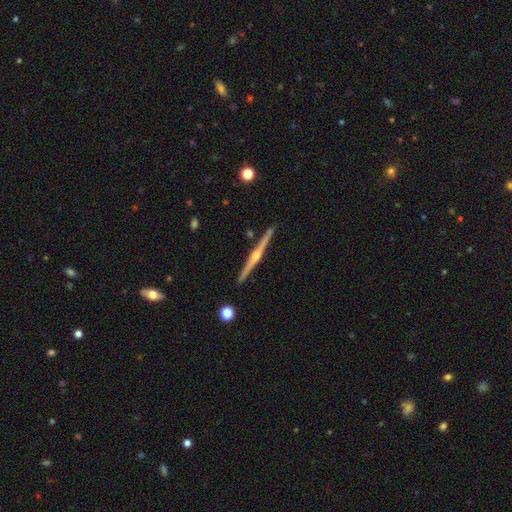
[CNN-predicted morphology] featured or disk 86%, smooth 9%, star or artifact 5%. Down the decision tree: edge-on disk — yes (99%); edge-on bulge — rounded (89%); merging — none (92%).